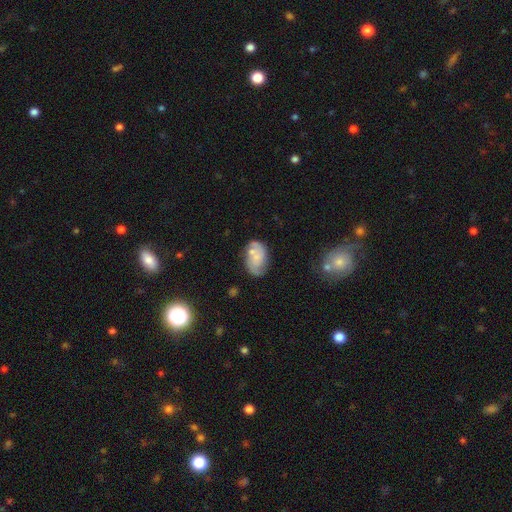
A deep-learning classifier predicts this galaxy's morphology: smooth-or-featured: featured or disk: 62% | smooth: 31% | star or artifact: 8%
  disk-edge-on: no: 97% | yes: 3%
    bar: no: 68% | weak: 28% | strong: 4%
    has-spiral-arms: yes: 87% | no: 13%
      spiral-winding: medium: 44% | tight: 34% | loose: 22%
      spiral-arm-count: 2: 68% | can't tell: 17% | 3: 7% | 1: 4% | 4: 2% | more than 4: 2%
    bulge-size: small: 56% | moderate: 22% | none: 19% | large: 2% | dominant: 1%
  merging: none: 60% | minor disturbance: 22% | merger: 10% | major disturbance: 7%